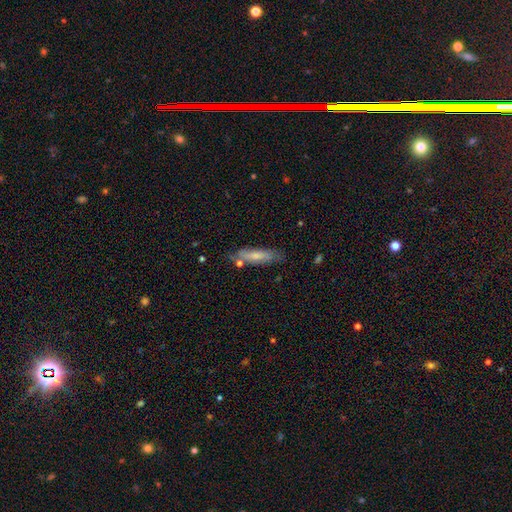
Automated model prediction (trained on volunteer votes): smooth-or-featured: smooth: 61% | featured or disk: 32% | star or artifact: 7%
  how-rounded: cigar-shaped: 69% | in between: 29% | round: 2%
  merging: none: 69% | minor disturbance: 20% | merger: 6% | major disturbance: 5%